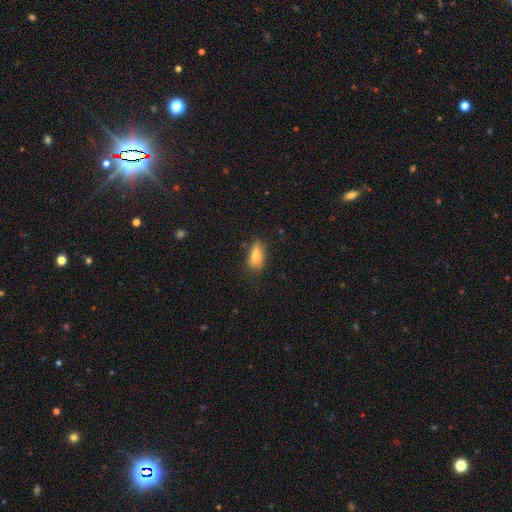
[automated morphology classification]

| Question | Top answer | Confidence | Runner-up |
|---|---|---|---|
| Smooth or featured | smooth | 78% | featured or disk (14%) |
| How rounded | in between | 79% | cigar-shaped (17%) |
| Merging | none | 69% | minor disturbance (24%) |